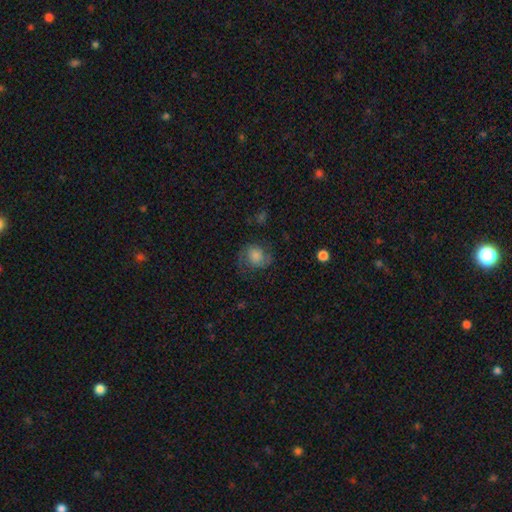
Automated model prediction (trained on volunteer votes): Q: Smooth or featured?
A: featured or disk (55%); runner-up: smooth (34%)
Q: Edge-on disk?
A: no (97%); runner-up: yes (3%)
Q: Bar?
A: no (70%); runner-up: weak (25%)
Q: Spiral arms?
A: yes (91%); runner-up: no (9%)
Q: Bulge size?
A: large (29%); tied with: moderate (29%)
Q: Merging?
A: none (70%); runner-up: minor disturbance (18%)